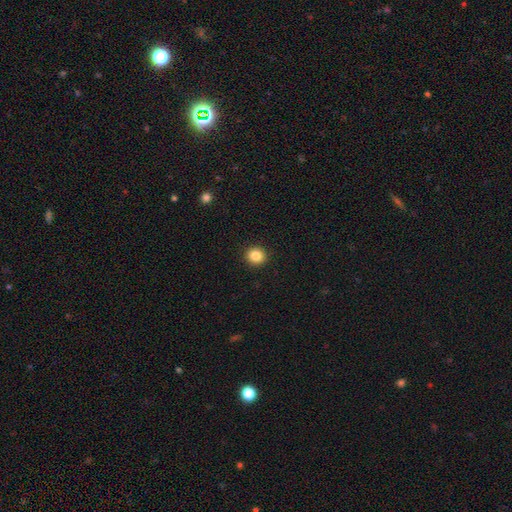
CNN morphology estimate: A smooth galaxy with no disk features (85%) that is round (90%). Merging: none (93%).